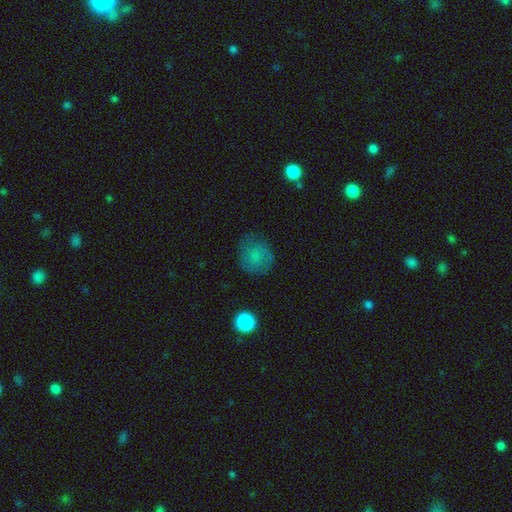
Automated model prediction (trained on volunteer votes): Q: Smooth or featured?
A: smooth (71%); runner-up: featured or disk (17%)
Q: How rounded?
A: round (85%); runner-up: in between (14%)
Q: Merging?
A: none (71%); runner-up: minor disturbance (20%)